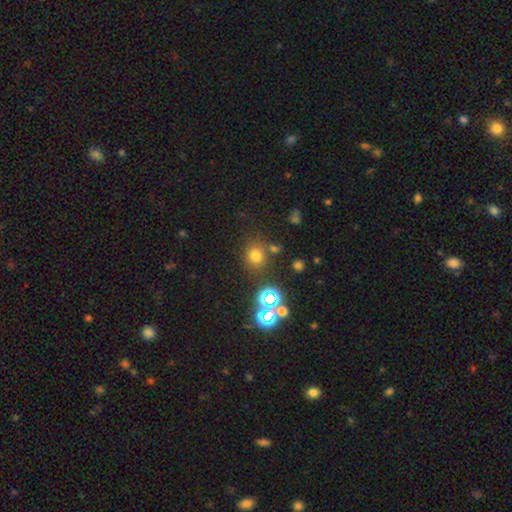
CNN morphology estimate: Smooth or featured? Predicted: smooth (p=0.67). How rounded? Predicted: round (p=0.86). Merging? Predicted: none (p=0.76).